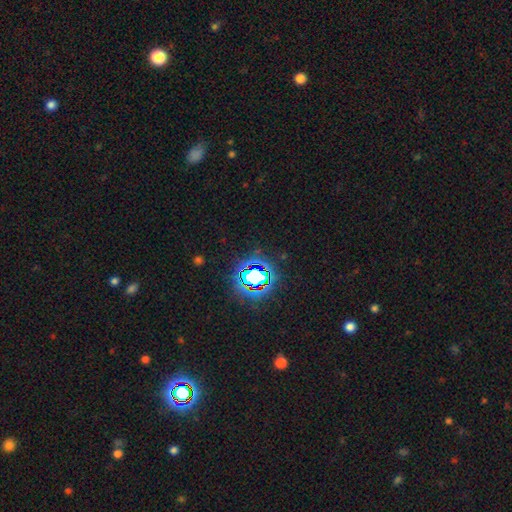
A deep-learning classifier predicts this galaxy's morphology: Smooth or featured: star or artifact — 79% (smooth — 14%)